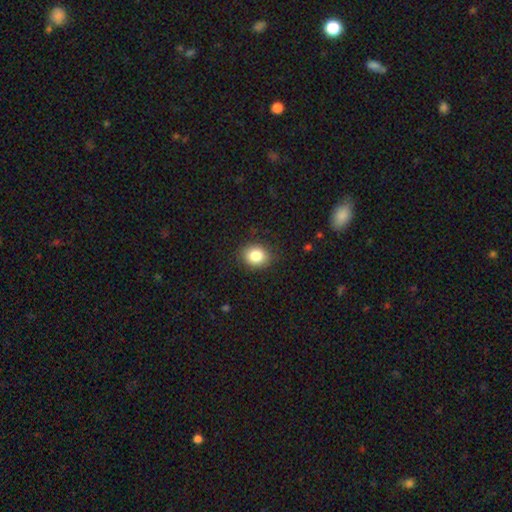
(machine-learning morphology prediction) Smooth or featured?
  - smooth: 84% *
  - star or artifact: 9%
  - featured or disk: 7%
How rounded?
  - round: 59% *
  - in between: 40%
  - cigar-shaped: 1%
Merging?
  - none: 86% *
  - minor disturbance: 10%
  - major disturbance: 3%
  - merger: 1%